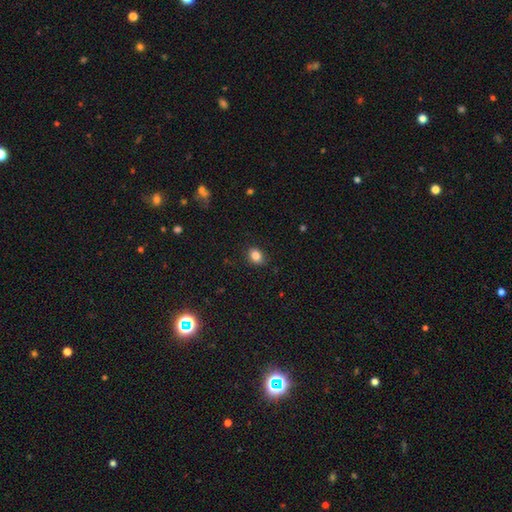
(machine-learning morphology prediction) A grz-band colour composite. It shows a smooth galaxy with no disk features (85%) that is in between round and cigar-shaped (57%). Merging: none (87%).